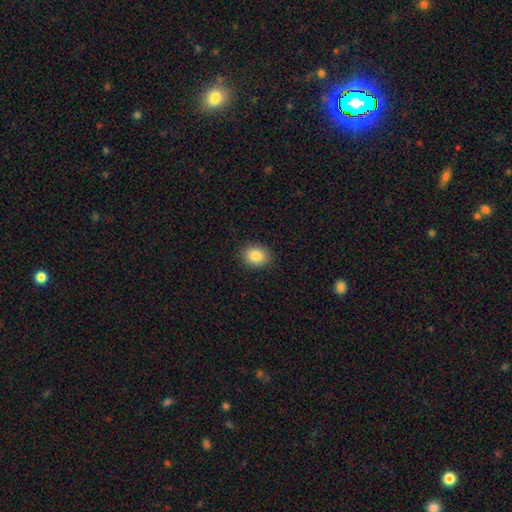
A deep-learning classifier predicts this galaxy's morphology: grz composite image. It shows a smooth galaxy with no disk features (87%) that is round (54%). Merging: none (88%).